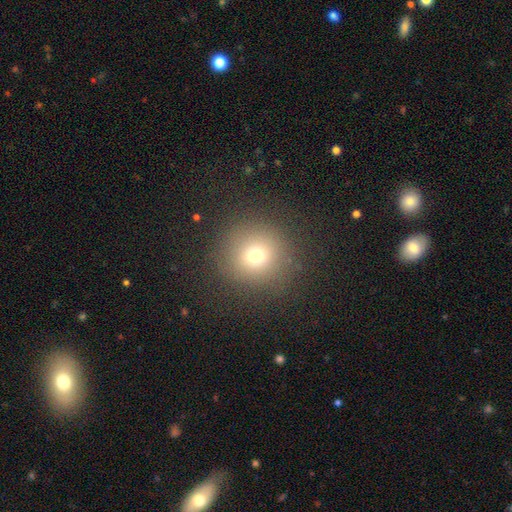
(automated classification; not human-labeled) This is likely a smooth galaxy (72%). How rounded: clearly round (92%). Merging: clearly none (87%).